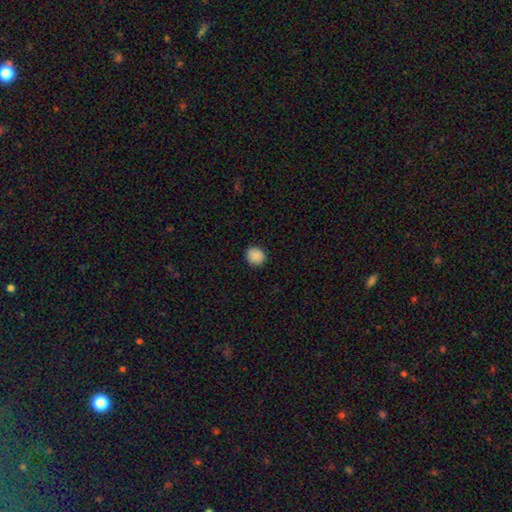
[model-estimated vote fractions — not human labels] Smooth or featured: smooth — 89% (star or artifact — 8%)
How rounded: round — 86% (in between — 13%)
Merging: none — 90% (minor disturbance — 7%)